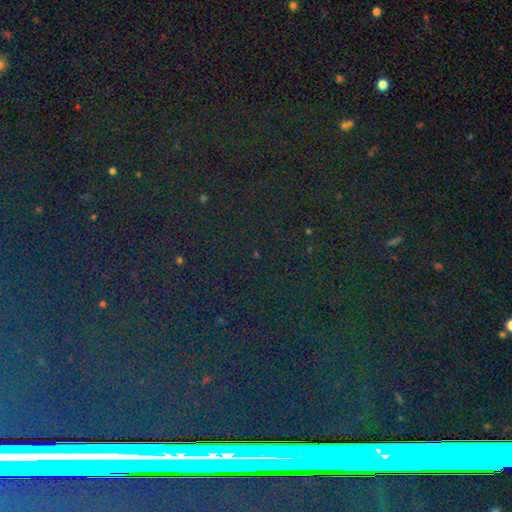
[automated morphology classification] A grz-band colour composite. It shows a star or artifact, not a galaxy (81%).